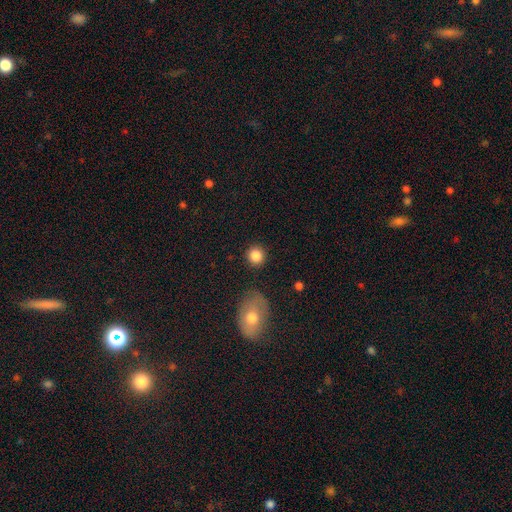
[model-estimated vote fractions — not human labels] The model was most divided on "smooth or featured": smooth: 85%, star or artifact: 9%, featured or disk: 5%. More confident: how rounded — round (91%); merging — none (89%).